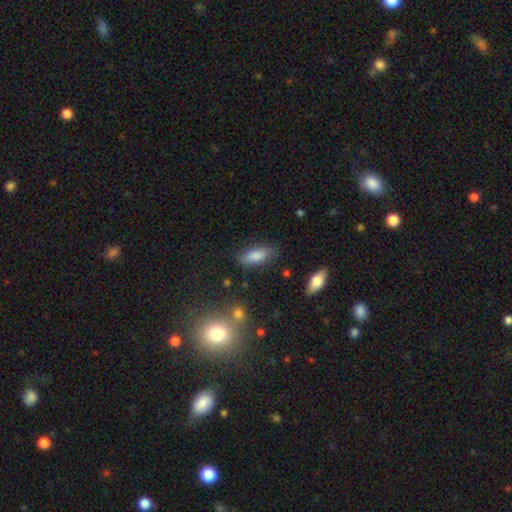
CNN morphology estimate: smooth 82%, featured or disk 10%, star or artifact 8%. Down the decision tree: how rounded — in between (79%); merging — none (76%).